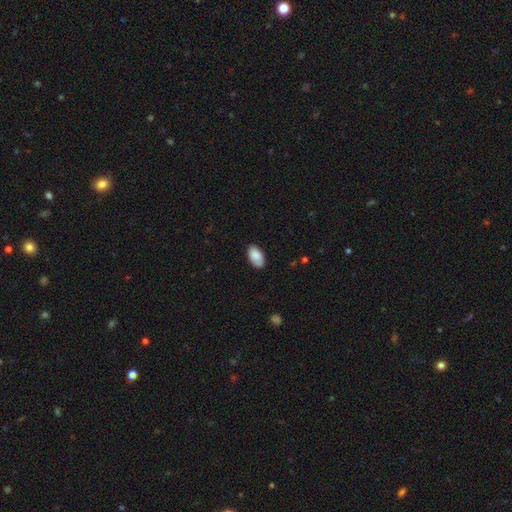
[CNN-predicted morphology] smooth-or-featured: smooth: 86% | featured or disk: 8% | star or artifact: 6%
  how-rounded: in between: 95% | round: 3% | cigar-shaped: 1%
  merging: none: 80% | minor disturbance: 16% | major disturbance: 3% | merger: 1%